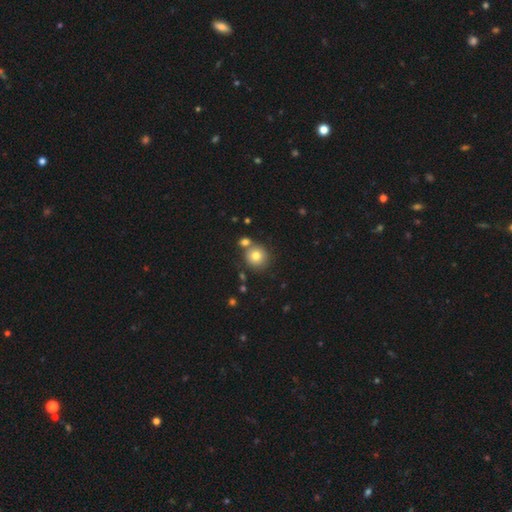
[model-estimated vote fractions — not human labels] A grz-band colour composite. It shows a smooth galaxy with no disk features (78%) that is round (90%). Merging: none (68%).